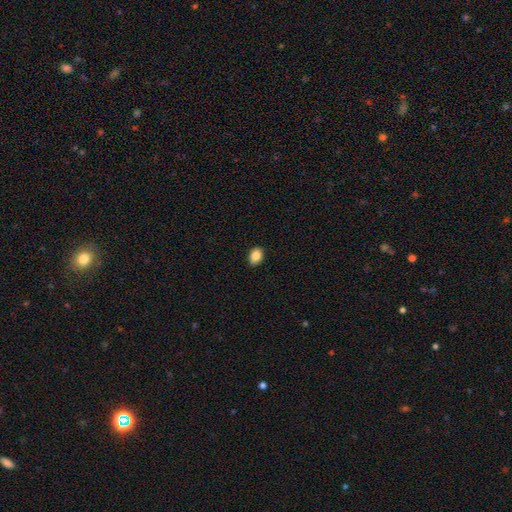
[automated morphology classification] The model was most divided on "how rounded": in between: 78%, round: 20%, cigar-shaped: 1%. More confident: smooth or featured — smooth (87%); merging — none (86%).